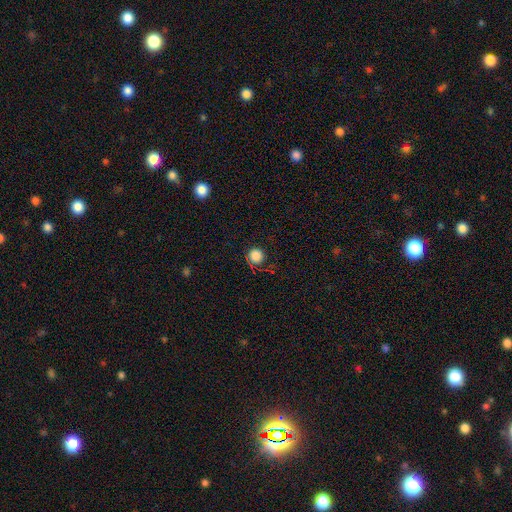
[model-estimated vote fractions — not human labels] smooth 84%, star or artifact 10%, featured or disk 6%. Down the decision tree: how rounded — round (94%); merging — none (79%).